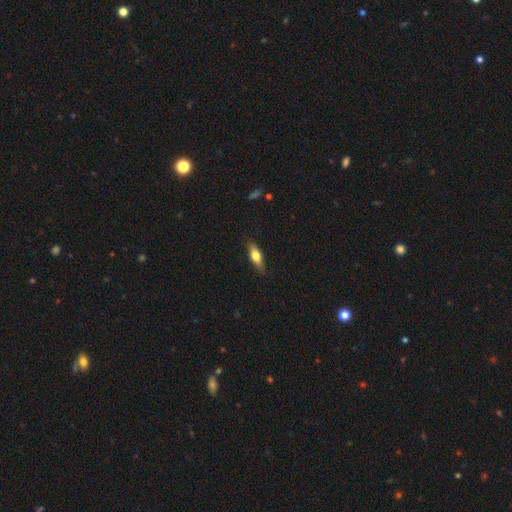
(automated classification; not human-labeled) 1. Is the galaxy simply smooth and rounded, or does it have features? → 60% smooth, 34% featured or disk, 6% star or artifact.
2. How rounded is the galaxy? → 49% in between, 48% cigar-shaped, 3% round.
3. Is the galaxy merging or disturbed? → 84% none, 12% minor disturbance, 3% major disturbance, 1% merger.